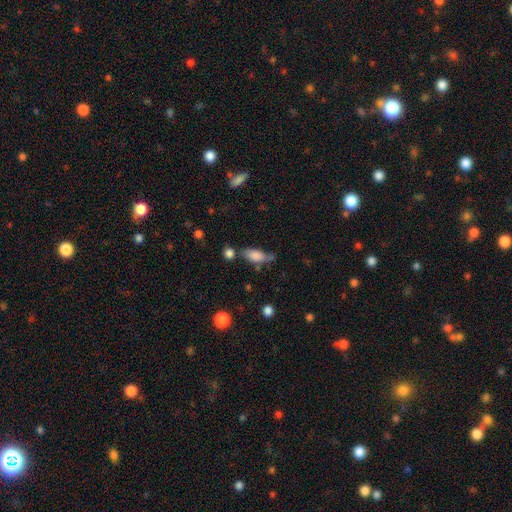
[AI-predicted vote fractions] This appears to be a smooth galaxy with no disk features (78%) that is in between round and cigar-shaped (81%). Merging: none (46%).